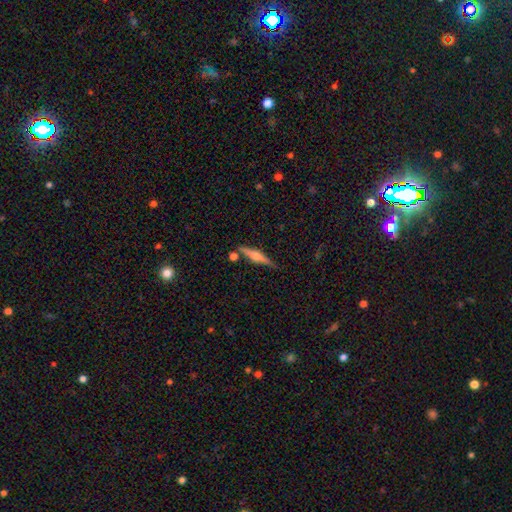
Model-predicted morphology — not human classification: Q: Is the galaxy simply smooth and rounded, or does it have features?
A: featured or disk — 67%.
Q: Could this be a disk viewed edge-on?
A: yes — 97%.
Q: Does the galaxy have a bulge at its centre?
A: rounded — 84%.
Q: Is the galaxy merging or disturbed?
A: none — 80%.